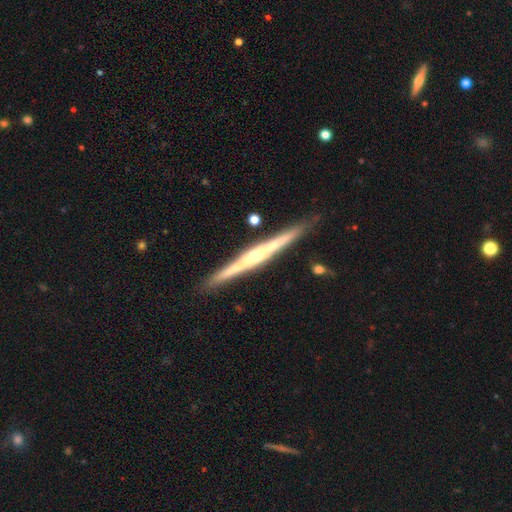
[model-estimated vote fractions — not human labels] Overall: featured or disk (79%). Edge-on disk: yes (98%). Edge-on bulge: rounded (76%). Merging: none (88%).